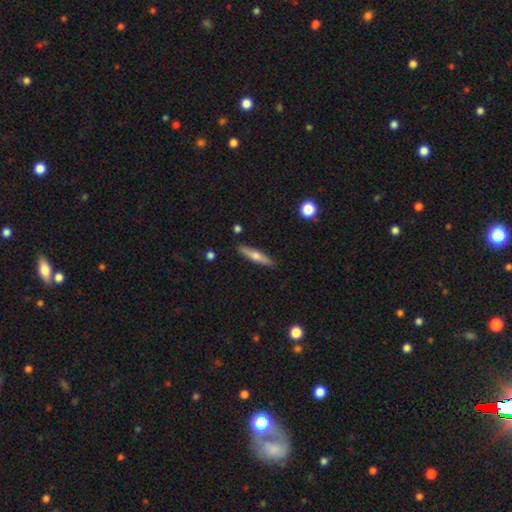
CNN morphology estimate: Q: Smooth or featured?
A: smooth (47%); tied with: featured or disk (47%)
Q: Merging?
A: none (89%); runner-up: minor disturbance (8%)